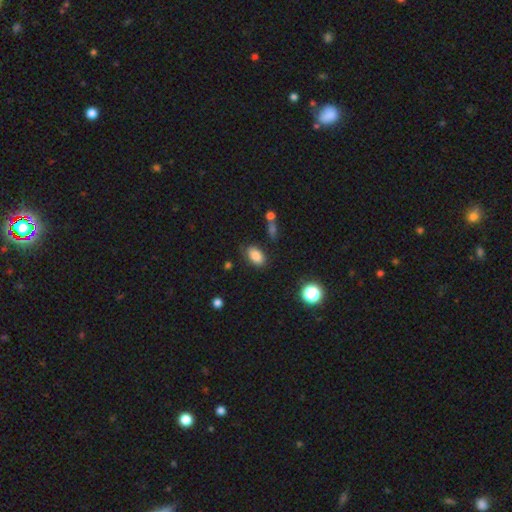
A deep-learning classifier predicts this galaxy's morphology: smooth-or-featured: smooth: 84% | star or artifact: 10% | featured or disk: 6%
  how-rounded: in between: 89% | round: 8% | cigar-shaped: 2%
  merging: none: 80% | minor disturbance: 13% | major disturbance: 3% | merger: 3%